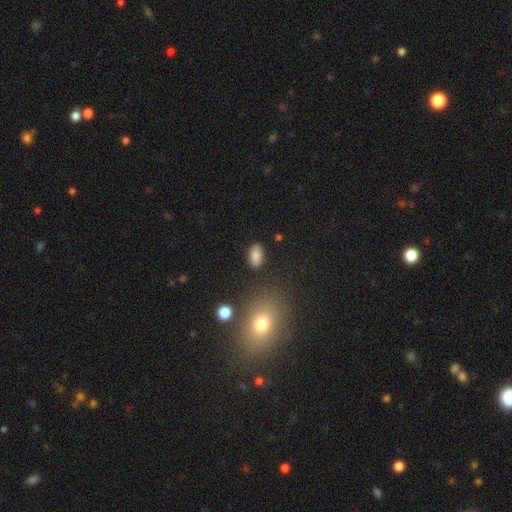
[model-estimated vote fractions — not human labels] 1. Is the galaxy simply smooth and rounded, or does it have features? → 83% smooth, 9% star or artifact, 7% featured or disk.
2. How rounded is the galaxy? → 90% in between, 8% round, 2% cigar-shaped.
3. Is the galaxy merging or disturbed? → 84% none, 11% minor disturbance, 3% major disturbance, 2% merger.